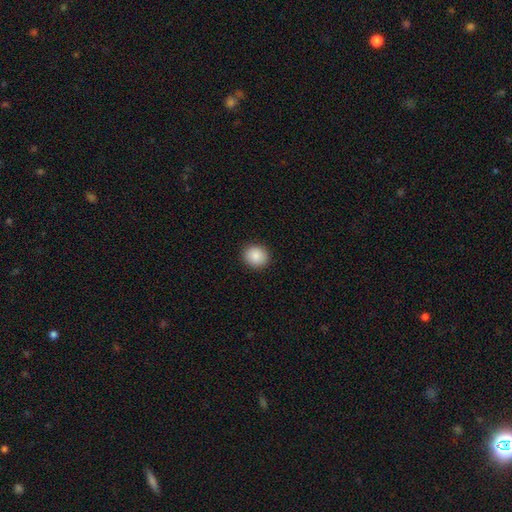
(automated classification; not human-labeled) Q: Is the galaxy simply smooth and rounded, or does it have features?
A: smooth — 89%.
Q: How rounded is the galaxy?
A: round — 83%.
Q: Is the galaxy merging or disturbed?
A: none — 92%.